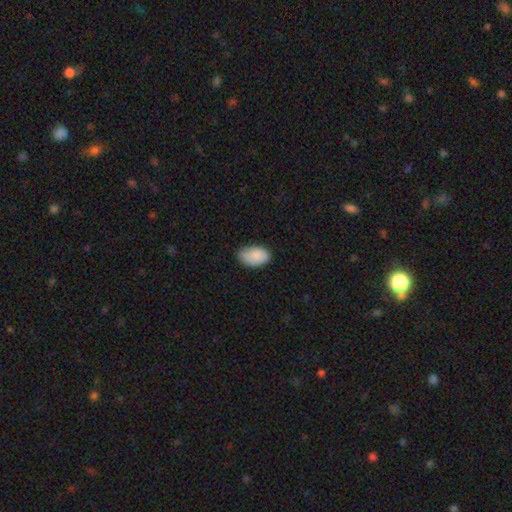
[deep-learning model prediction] Smooth or featured: smooth — 88% (star or artifact — 7%)
How rounded: in between — 93% (round — 6%)
Merging: none — 74% (minor disturbance — 22%)